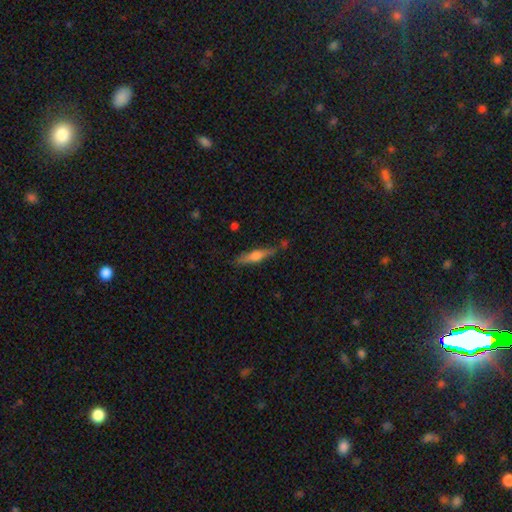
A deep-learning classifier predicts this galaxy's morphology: The model was most divided on "smooth or featured": smooth: 50%, featured or disk: 43%, star or artifact: 7%. More confident: how rounded — cigar-shaped (79%); merging — none (73%).